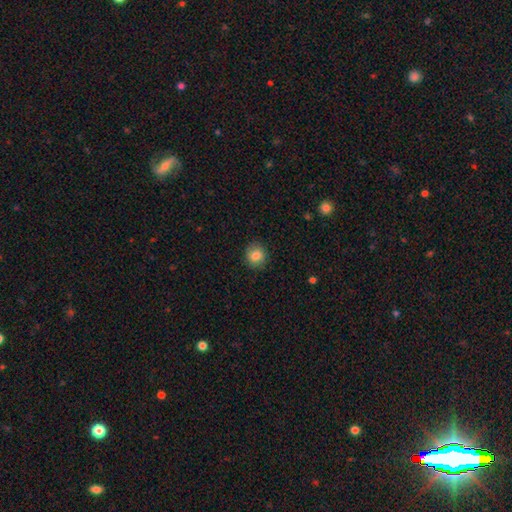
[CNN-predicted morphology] Q: Smooth or featured?
A: smooth (84%); runner-up: star or artifact (9%)
Q: How rounded?
A: round (82%); runner-up: in between (17%)
Q: Merging?
A: none (87%); runner-up: minor disturbance (9%)